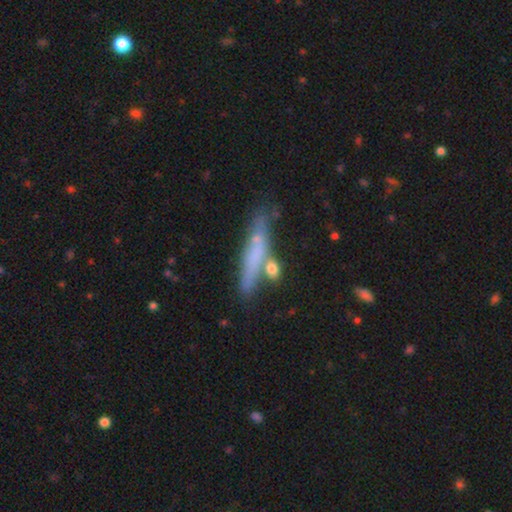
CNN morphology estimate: The model was most divided on "smooth or featured": smooth: 53%, featured or disk: 39%, star or artifact: 8%. More confident: how rounded — cigar-shaped (88%); merging — none (63%).